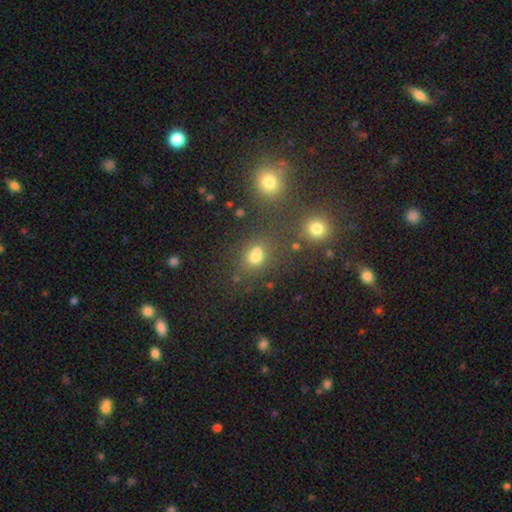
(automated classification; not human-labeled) Smooth or featured? Predicted: smooth (p=0.71). How rounded? Predicted: in between (p=0.55). Merging? Predicted: none (p=0.55).